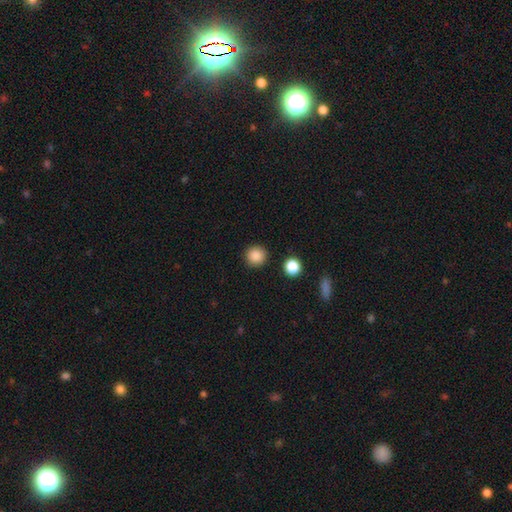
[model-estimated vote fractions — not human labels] Smooth or featured? smooth (87%)
How rounded? round (94%)
Merging? none (91%)